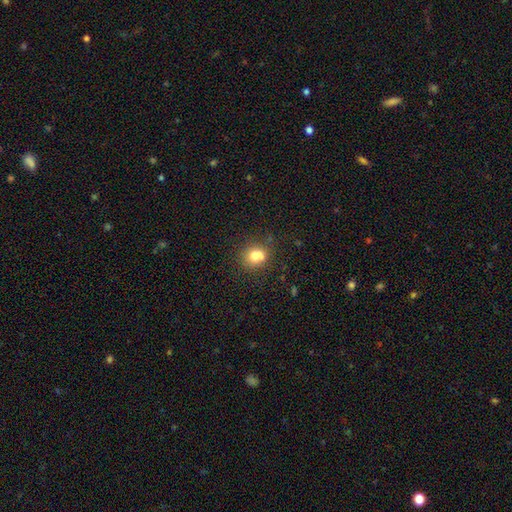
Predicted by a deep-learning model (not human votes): Smooth or featured: smooth — 75% (featured or disk — 13%)
How rounded: round — 76% (in between — 23%)
Merging: none — 62% (merger — 18%)